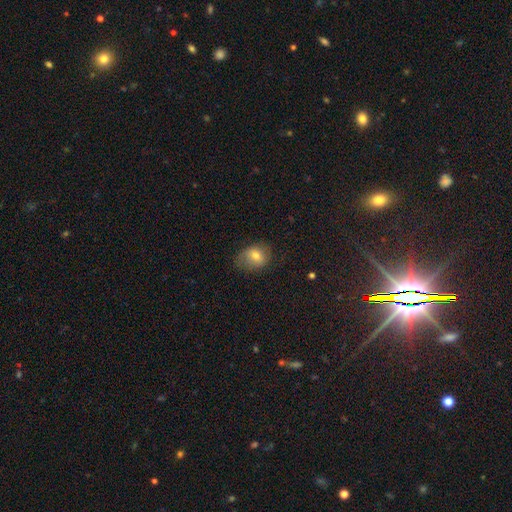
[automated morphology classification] Smooth or featured: smooth — 73% (featured or disk — 17%)
How rounded: in between — 56% (round — 43%)
Merging: none — 62% (minor disturbance — 26%)